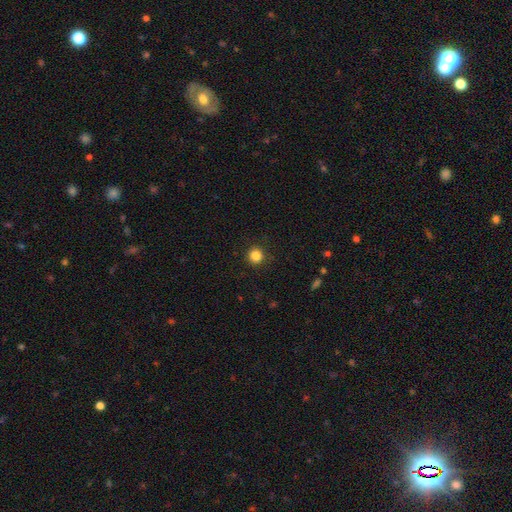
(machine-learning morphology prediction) A smooth galaxy with no disk features (85%) that is round (93%). Merging: none (92%).